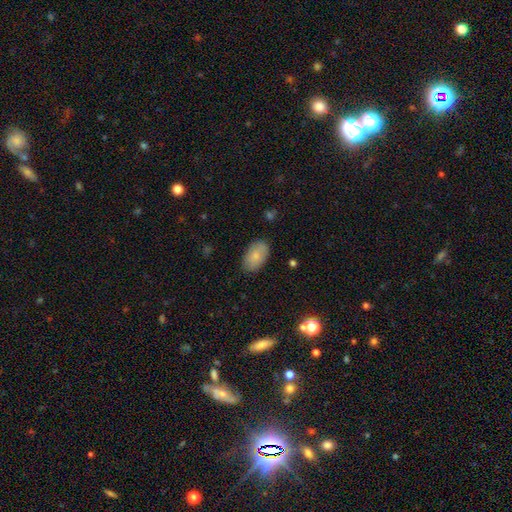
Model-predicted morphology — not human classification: Q: Smooth or featured?
A: smooth (82%); runner-up: featured or disk (12%)
Q: How rounded?
A: in between (93%); runner-up: round (5%)
Q: Merging?
A: none (83%); runner-up: minor disturbance (13%)